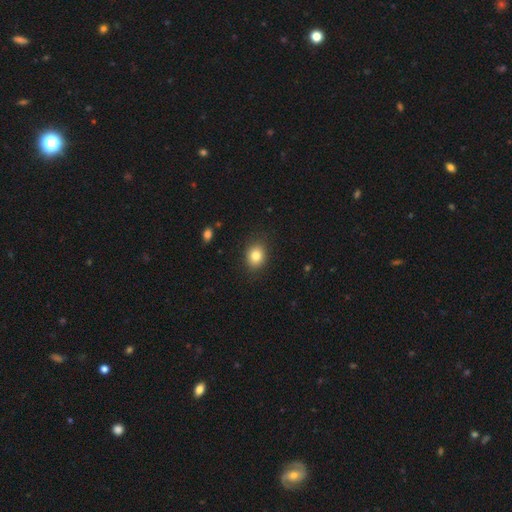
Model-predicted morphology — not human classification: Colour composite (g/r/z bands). It shows a smooth galaxy with no disk features (83%) that is round (52%). Merging: none (86%).